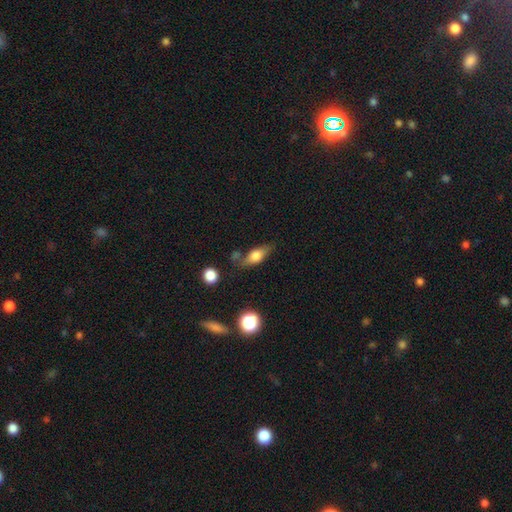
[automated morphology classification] smooth-or-featured: smooth: 61% | featured or disk: 31% | star or artifact: 8%
  how-rounded: in between: 69% | cigar-shaped: 22% | round: 9%
  merging: none: 64% | minor disturbance: 21% | merger: 8% | major disturbance: 7%